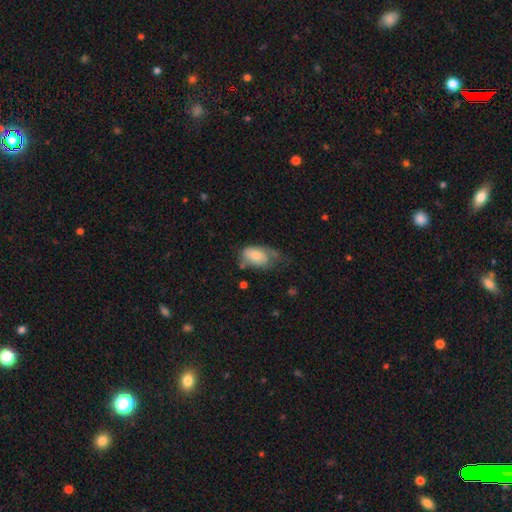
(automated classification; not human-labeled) Overall: smooth (63%; featured or disk 30%). How rounded: in between (90%). Merging: minor disturbance (35%; major disturbance 30%).